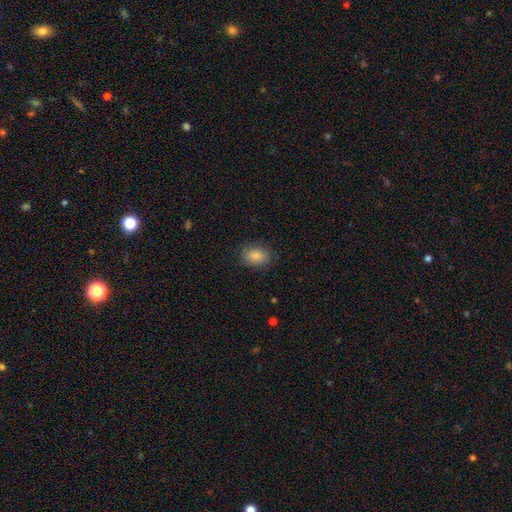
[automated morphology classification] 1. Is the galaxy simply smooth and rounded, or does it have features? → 87% smooth, 7% star or artifact, 6% featured or disk.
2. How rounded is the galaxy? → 81% in between, 18% round, 1% cigar-shaped.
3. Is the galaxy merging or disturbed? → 82% none, 13% minor disturbance, 4% major disturbance, 1% merger.